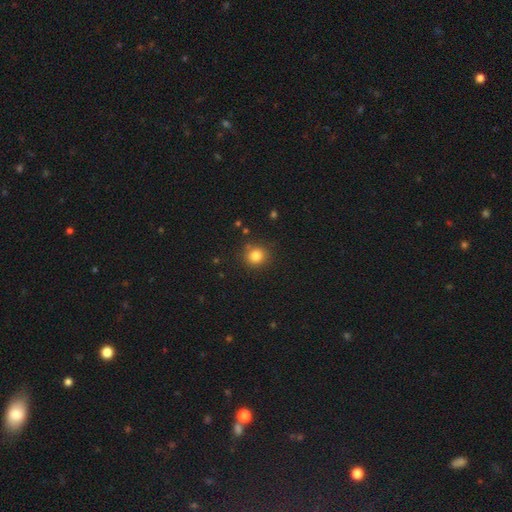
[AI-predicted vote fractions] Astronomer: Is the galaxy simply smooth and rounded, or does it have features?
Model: smooth — 83%.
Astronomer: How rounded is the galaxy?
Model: round — 89%.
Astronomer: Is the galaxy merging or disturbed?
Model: none — 86%.